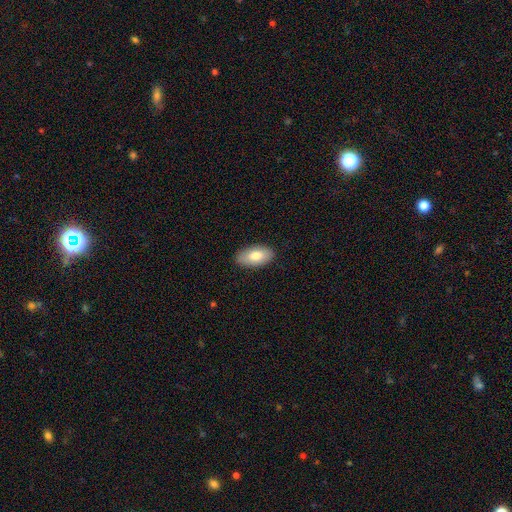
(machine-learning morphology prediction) smooth-or-featured: smooth: 78% | featured or disk: 16% | star or artifact: 6%
  how-rounded: in between: 94% | round: 3% | cigar-shaped: 3%
  merging: none: 87% | minor disturbance: 10% | major disturbance: 2% | merger: 1%